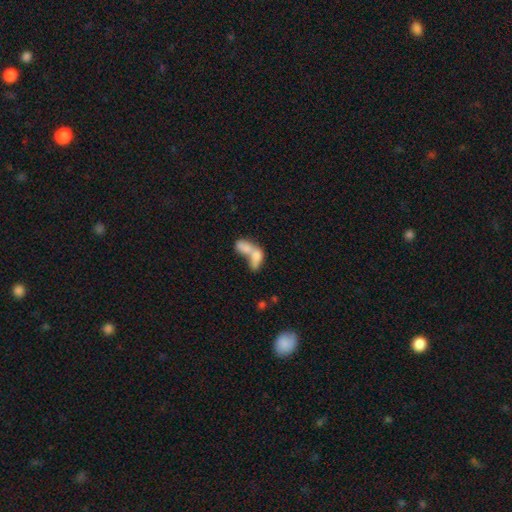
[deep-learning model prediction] smooth_or_featured: smooth (p=0.69) [alt: featured or disk p=0.22]
how_rounded: in between (p=0.80) [alt: round p=0.12]
merging: merger (p=0.79) [alt: none p=0.10]